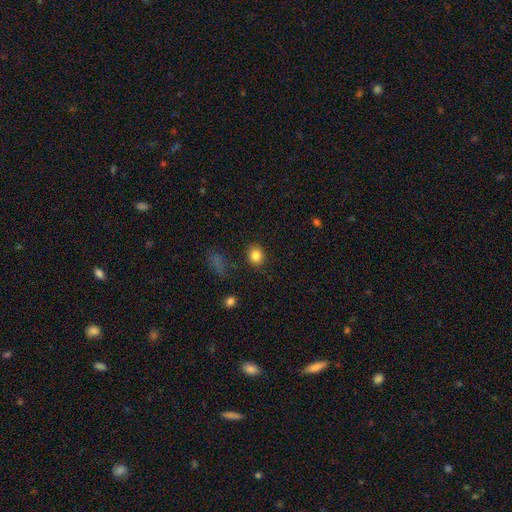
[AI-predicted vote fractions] A smooth galaxy with no disk features (84%) that is round (68%).

Vote fractions:
- Smooth or featured? smooth: 84% / star or artifact: 10% / featured or disk: 6%
- How rounded? round: 68% / in between: 31% / cigar-shaped: 1%
- Merging? none: 86% / minor disturbance: 10% / major disturbance: 3% / merger: 2%